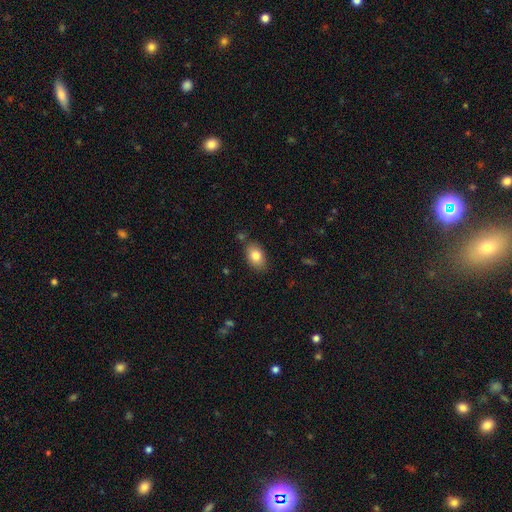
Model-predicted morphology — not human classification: Overall: smooth (81%). How rounded: in between (87%). Merging: none (81%).